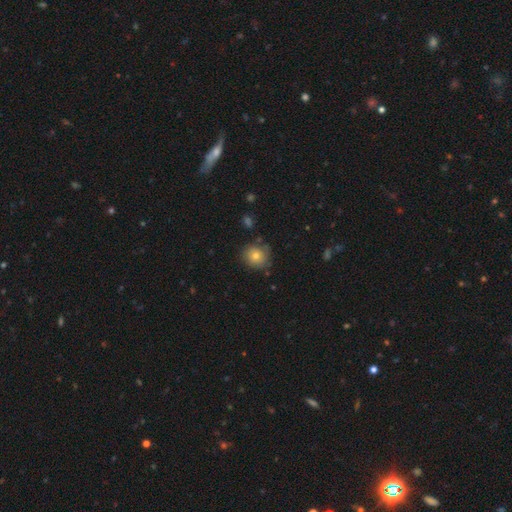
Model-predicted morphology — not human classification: Smooth or featured: smooth — 75% (featured or disk — 13%)
How rounded: round — 88% (in between — 11%)
Merging: none — 80% (minor disturbance — 14%)